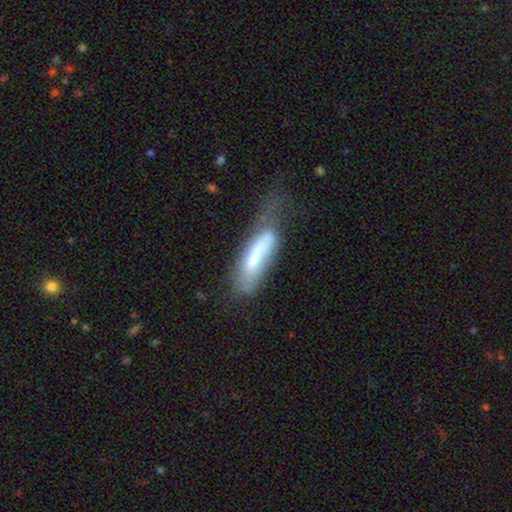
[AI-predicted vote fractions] Smooth or featured?
  - smooth: 58% *
  - featured or disk: 34%
  - star or artifact: 7%
How rounded?
  - cigar-shaped: 53% *
  - in between: 45%
  - round: 2%
Merging?
  - major disturbance: 38% *
  - minor disturbance: 30%
  - none: 25%
  - merger: 7%